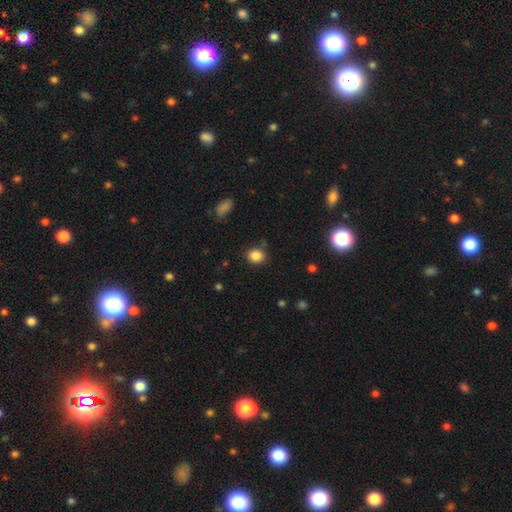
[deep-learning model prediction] Smooth or featured? Predicted: smooth (p=0.85). How rounded? Predicted: round (p=0.65). Merging? Predicted: none (p=0.82).